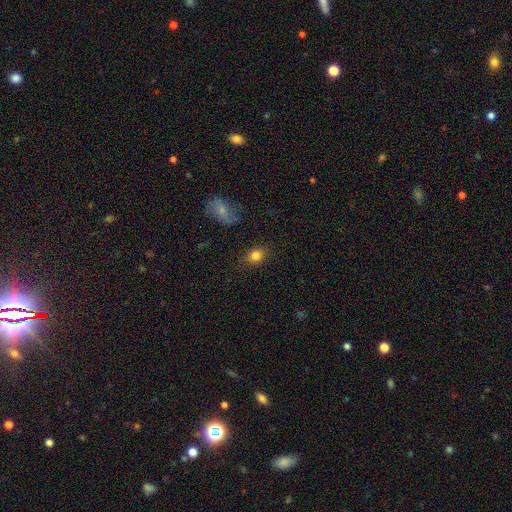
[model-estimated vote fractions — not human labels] Morphology: type=smooth (83%); roundness=in between (51%); merging=none (84%).